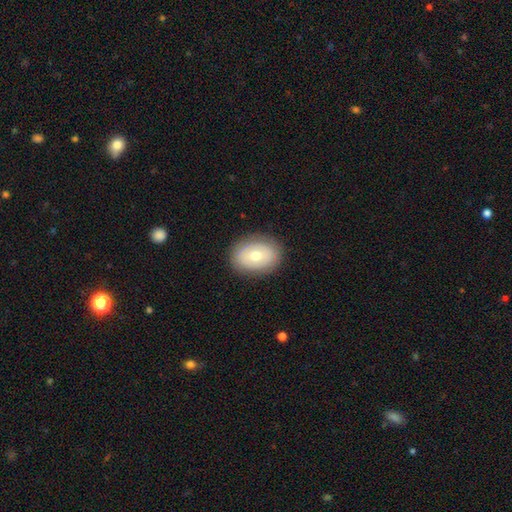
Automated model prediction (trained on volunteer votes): A smooth galaxy with no disk features (64%) that is in between round and cigar-shaped (71%). Merging: none (86%).